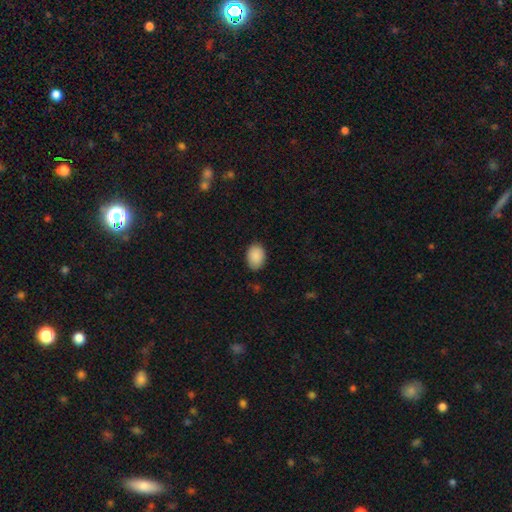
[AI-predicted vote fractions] This appears to be a smooth galaxy with no disk features (90%) that is in between round and cigar-shaped (80%). Merging: none (83%).